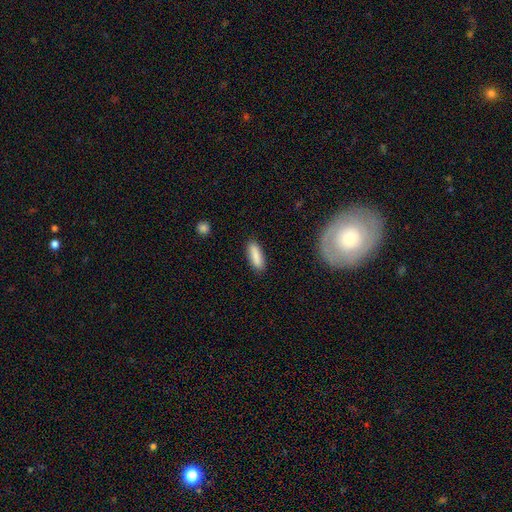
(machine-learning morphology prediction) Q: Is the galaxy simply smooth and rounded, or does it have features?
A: smooth — 86%.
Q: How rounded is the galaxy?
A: in between — 51%.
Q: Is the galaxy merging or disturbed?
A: none — 86%.